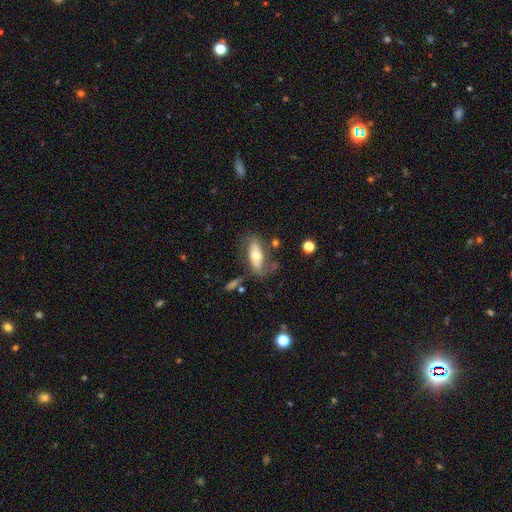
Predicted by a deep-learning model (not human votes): Q: Smooth or featured?
A: smooth (56%); runner-up: featured or disk (37%)
Q: How rounded?
A: in between (75%); runner-up: cigar-shaped (22%)
Q: Merging?
A: none (58%); runner-up: minor disturbance (22%)